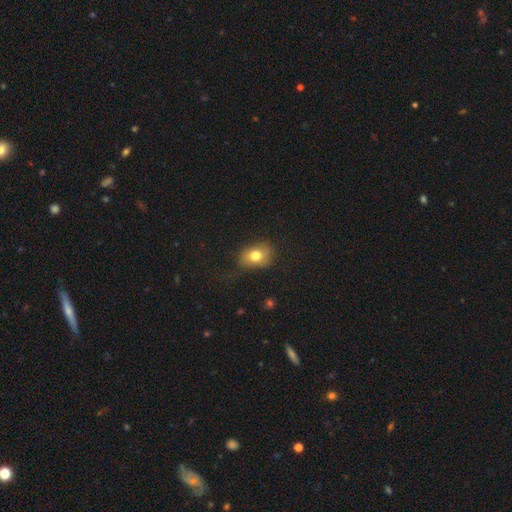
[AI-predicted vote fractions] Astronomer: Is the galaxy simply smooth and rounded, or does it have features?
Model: smooth — 75%.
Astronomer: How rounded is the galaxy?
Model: in between — 68%.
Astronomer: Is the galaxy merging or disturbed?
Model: none — 61%.